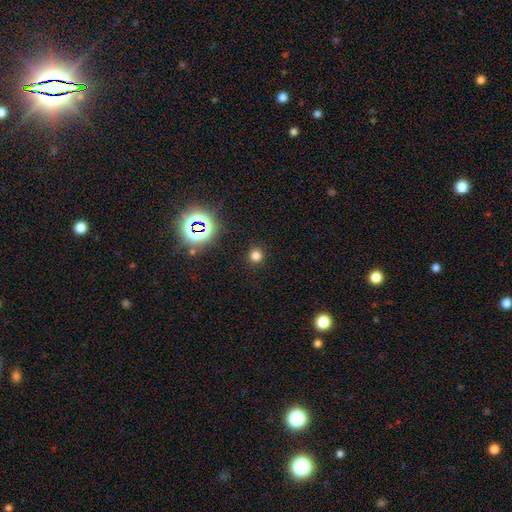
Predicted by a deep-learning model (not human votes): A smooth galaxy with no disk features (75%) that is round (93%).

Vote fractions:
- Smooth or featured? smooth: 75% / star or artifact: 20% / featured or disk: 5%
- How rounded? round: 93% / in between: 6% / cigar-shaped: 1%
- Merging? none: 91% / minor disturbance: 5% / major disturbance: 3% / merger: 1%